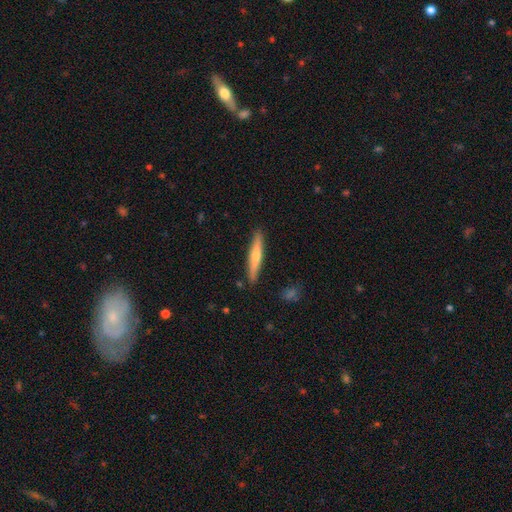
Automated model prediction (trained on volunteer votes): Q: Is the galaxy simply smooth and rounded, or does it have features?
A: smooth — 53%.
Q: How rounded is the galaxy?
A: cigar-shaped — 93%.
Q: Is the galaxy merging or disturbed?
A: none — 89%.